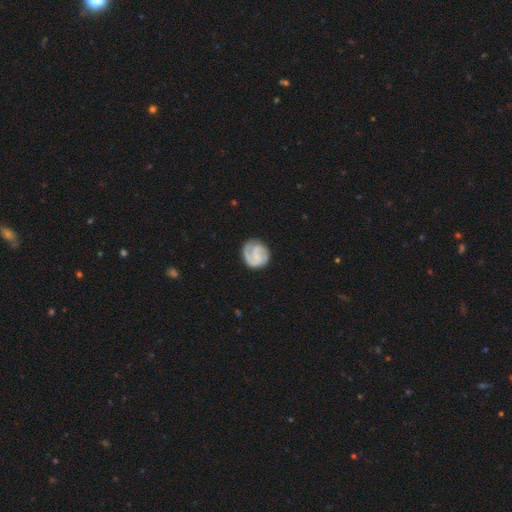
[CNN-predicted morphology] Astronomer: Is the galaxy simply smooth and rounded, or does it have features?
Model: featured or disk — 65%.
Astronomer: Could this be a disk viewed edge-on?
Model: no — 98%.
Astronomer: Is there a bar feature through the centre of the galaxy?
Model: no — 55% (runner-up: weak, 36%).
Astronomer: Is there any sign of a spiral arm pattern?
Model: yes — 92%.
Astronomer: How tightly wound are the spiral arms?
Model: tight — 48% (runner-up: medium, 37%).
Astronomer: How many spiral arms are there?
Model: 2 — 51%.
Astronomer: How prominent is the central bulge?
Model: none — 52% (runner-up: small, 34%).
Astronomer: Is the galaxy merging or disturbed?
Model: none — 74%.